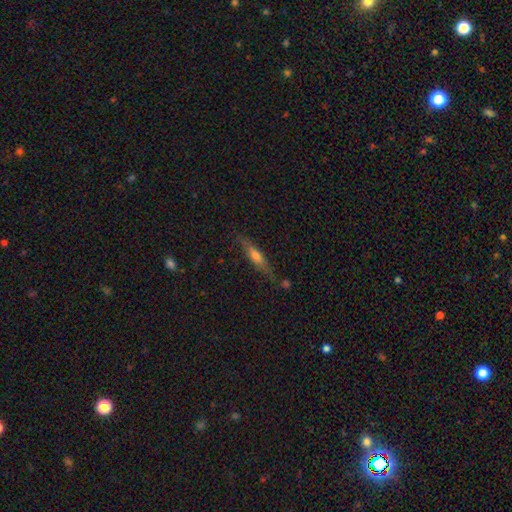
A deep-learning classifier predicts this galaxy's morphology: Q: Smooth or featured?
A: featured or disk (49%); runner-up: smooth (42%)
Q: Merging?
A: none (77%); runner-up: minor disturbance (16%)